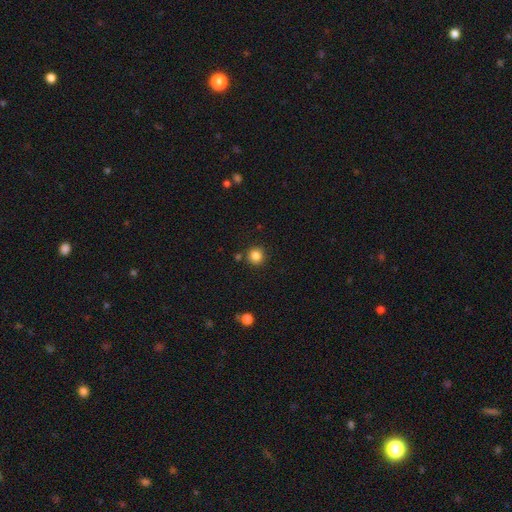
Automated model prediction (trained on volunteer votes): Morphology: type=smooth (84%); roundness=round (93%); merging=none (86%).